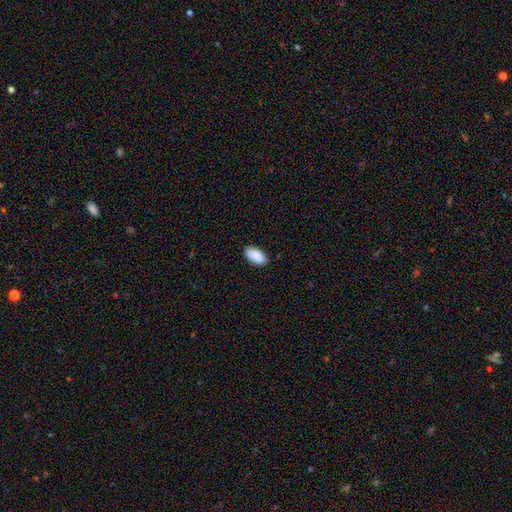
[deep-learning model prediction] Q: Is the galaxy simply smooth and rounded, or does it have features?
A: smooth — 90%.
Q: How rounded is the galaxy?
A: in between — 95%.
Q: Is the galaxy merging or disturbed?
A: none — 88%.